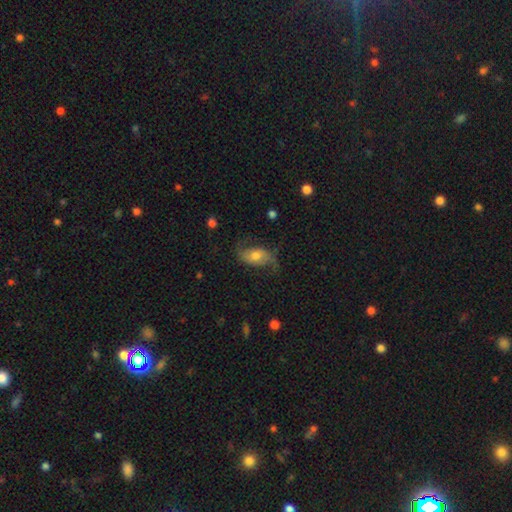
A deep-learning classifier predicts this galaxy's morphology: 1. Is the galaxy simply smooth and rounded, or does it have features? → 62% featured or disk, 30% smooth, 8% star or artifact.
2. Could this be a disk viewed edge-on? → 94% no, 6% yes.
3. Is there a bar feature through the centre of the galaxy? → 58% no, 32% weak, 10% strong.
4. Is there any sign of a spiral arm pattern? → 88% yes, 12% no.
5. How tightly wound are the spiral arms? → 67% loose, 25% medium, 8% tight.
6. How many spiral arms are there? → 88% 2, 5% can't tell, 4% 1, 1% 3, 1% 4, 1% more than 4.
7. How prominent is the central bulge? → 64% moderate, 21% small, 11% large, 2% none, 2% dominant.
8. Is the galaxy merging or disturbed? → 63% none, 21% minor disturbance, 14% major disturbance, 2% merger.